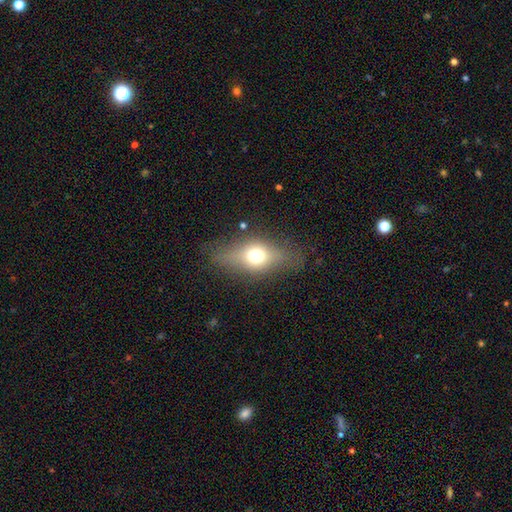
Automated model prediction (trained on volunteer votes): Smooth or featured? Predicted: smooth (p=0.57). How rounded? Predicted: in between (p=0.65). Merging? Predicted: none (p=0.74).